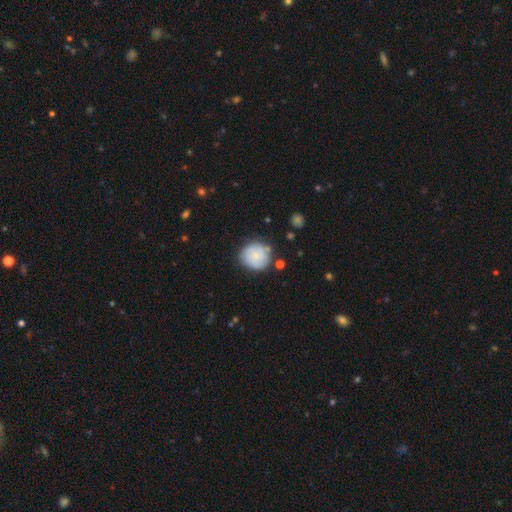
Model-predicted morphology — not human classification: Smooth or featured? Predicted: smooth (p=0.63). How rounded? Predicted: round (p=0.85). Merging? Predicted: none (p=0.70).